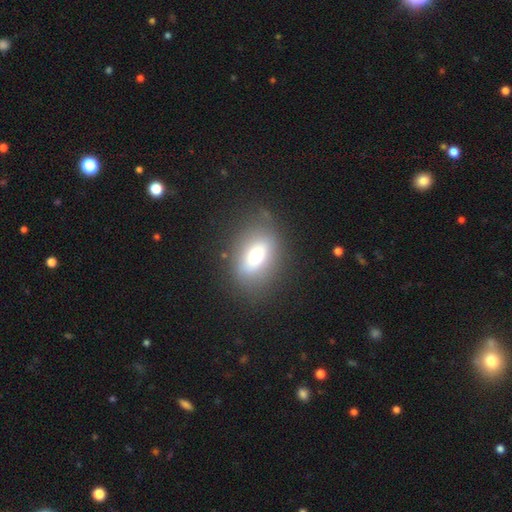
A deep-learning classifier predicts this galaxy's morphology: Smooth or featured? smooth (65%)
How rounded? in between (72%)
Merging? none (74%)